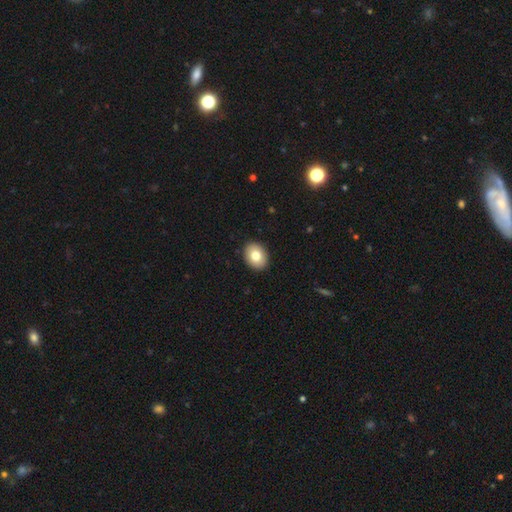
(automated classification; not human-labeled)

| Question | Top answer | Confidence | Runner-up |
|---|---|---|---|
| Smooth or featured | smooth | 80% | featured or disk (12%) |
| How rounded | in between | 68% | round (31%) |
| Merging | none | 91% | minor disturbance (7%) |